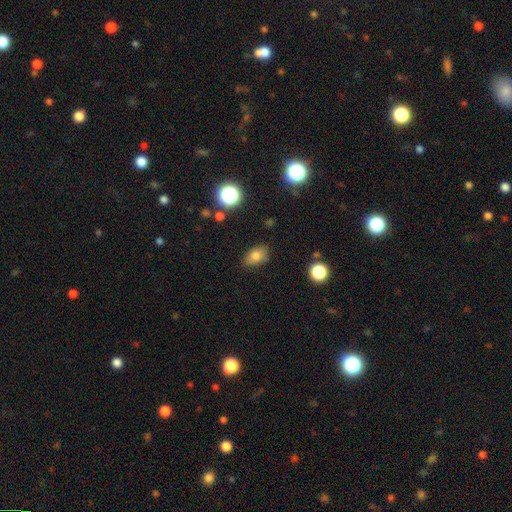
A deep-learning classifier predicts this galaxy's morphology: A smooth galaxy with no disk features (79%) that is in between round and cigar-shaped (83%).

Vote fractions:
- Smooth or featured? smooth: 79% / star or artifact: 11% / featured or disk: 9%
- How rounded? in between: 83% / round: 15% / cigar-shaped: 2%
- Merging? none: 79% / minor disturbance: 16% / major disturbance: 3% / merger: 2%